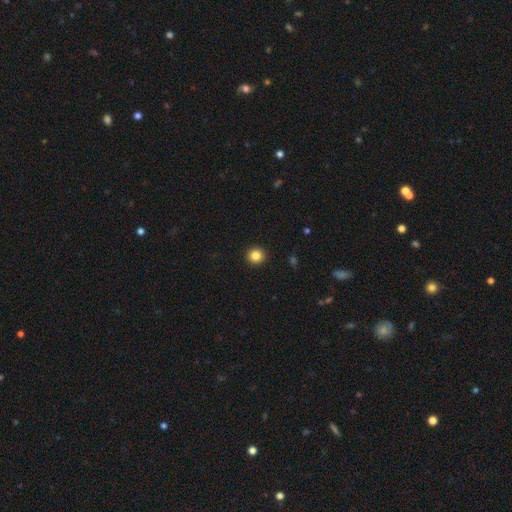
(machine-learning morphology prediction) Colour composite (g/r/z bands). It shows a smooth galaxy with no disk features (84%) that is round (94%). Merging: none (94%).